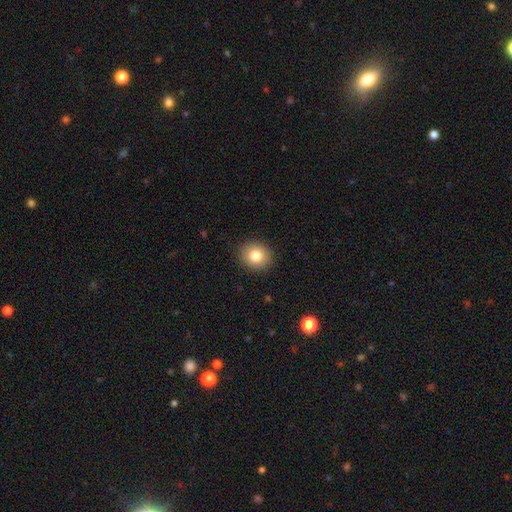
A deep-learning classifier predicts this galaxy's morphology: A smooth galaxy with no disk features (81%) that is round (80%). Merging: none (90%).